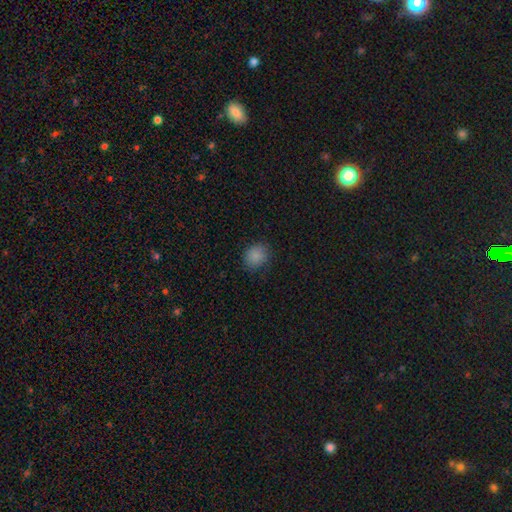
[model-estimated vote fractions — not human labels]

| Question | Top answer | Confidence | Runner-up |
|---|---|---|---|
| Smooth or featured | smooth | 86% | star or artifact (10%) |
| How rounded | round | 72% | in between (28%) |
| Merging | none | 84% | minor disturbance (12%) |